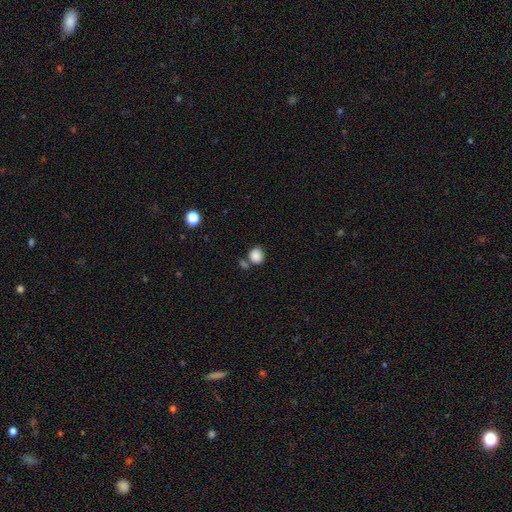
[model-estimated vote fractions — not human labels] smooth_or_featured: smooth (p=0.87) [alt: star or artifact p=0.10]
how_rounded: round (p=0.85) [alt: in between p=0.14]
merging: none (p=0.67) [alt: merger p=0.19]